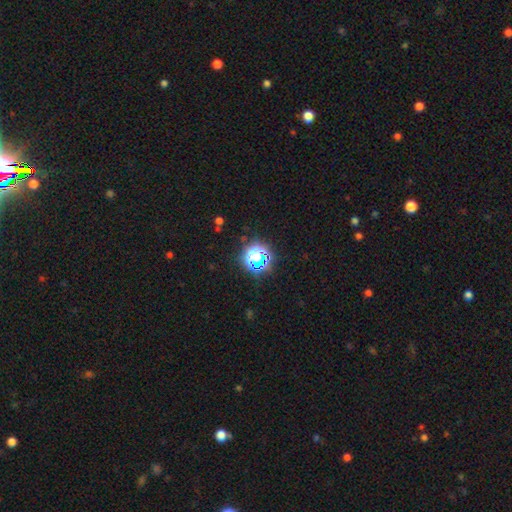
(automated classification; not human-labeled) Q: Smooth or featured?
A: star or artifact (62%); runner-up: smooth (28%)